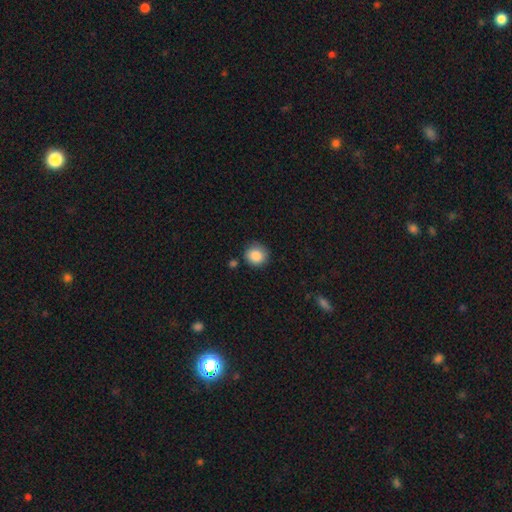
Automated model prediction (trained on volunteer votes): smooth-or-featured: smooth: 87% | star or artifact: 9% | featured or disk: 4%
  how-rounded: round: 89% | in between: 10% | cigar-shaped: 1%
  merging: none: 82% | minor disturbance: 12% | merger: 3% | major disturbance: 3%